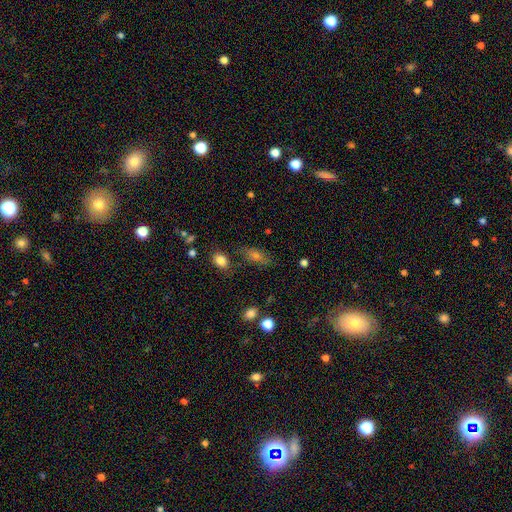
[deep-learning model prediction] smooth_or_featured: smooth (p=0.57) [alt: featured or disk p=0.22]
how_rounded: in between (p=0.72) [alt: cigar-shaped p=0.15]
merging: none (p=0.73) [alt: minor disturbance p=0.17]